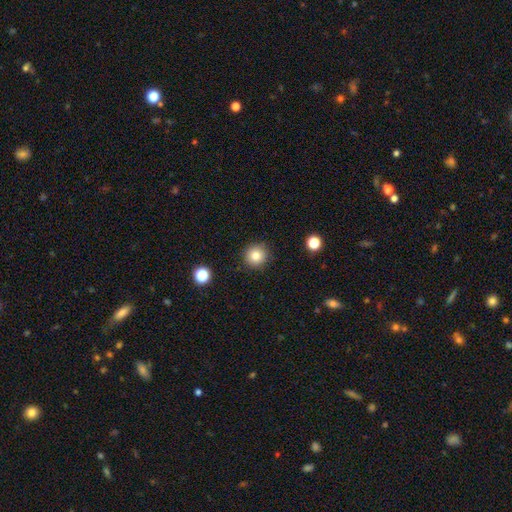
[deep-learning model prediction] This appears to be a smooth galaxy with no disk features (81%) that is round (94%). Merging: none (90%).